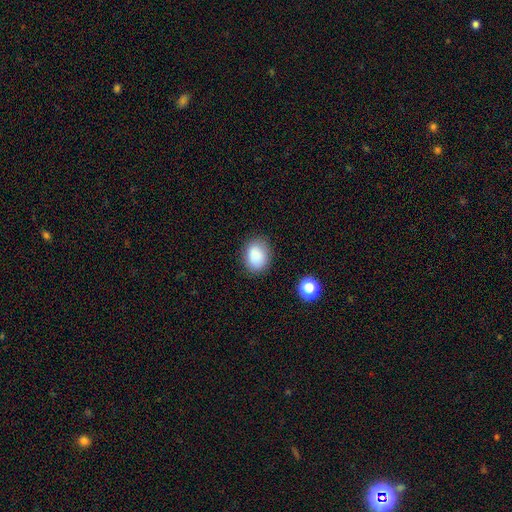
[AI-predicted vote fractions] smooth-or-featured: smooth: 86% | star or artifact: 9% | featured or disk: 4%
  how-rounded: in between: 60% | round: 39% | cigar-shaped: 1%
  merging: none: 81% | minor disturbance: 13% | major disturbance: 4% | merger: 2%